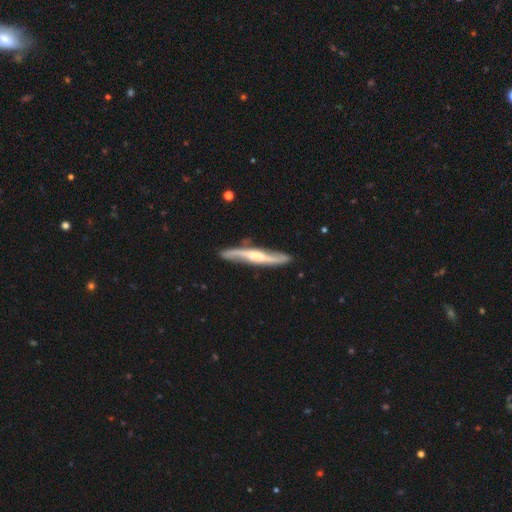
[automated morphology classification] A featured or disk galaxy (80%) viewed edge-on (59%). Merging: none (81%).